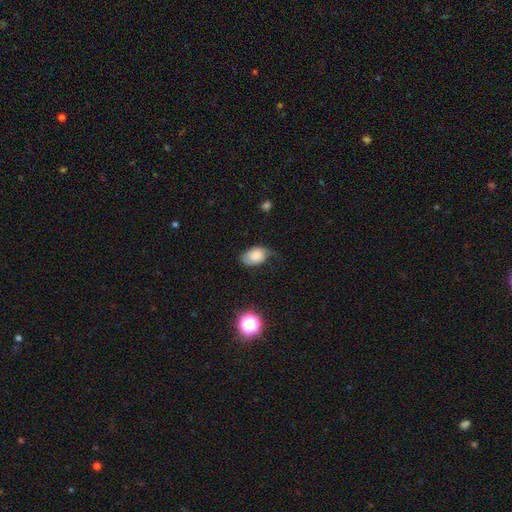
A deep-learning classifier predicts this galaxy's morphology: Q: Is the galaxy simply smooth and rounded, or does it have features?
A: smooth — 75%.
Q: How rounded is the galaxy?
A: in between — 87%.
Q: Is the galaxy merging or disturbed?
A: none — 50%.